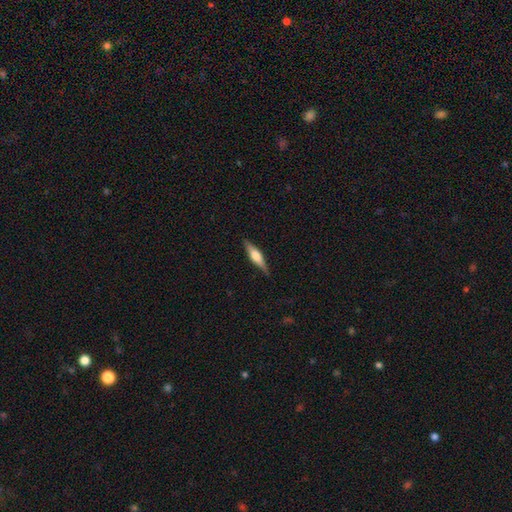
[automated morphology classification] A featured or disk galaxy (60%) viewed edge-on (97%) with a rounded central bulge (81%).

Vote fractions:
- Smooth or featured? featured or disk: 60% / smooth: 34% / star or artifact: 6%
- Edge-on disk? yes: 97% / no: 3%
- Edge-on bulge? rounded: 81% / boxy: 15% / none: 4%
- Merging? none: 87% / minor disturbance: 10% / major disturbance: 2% / merger: 1%